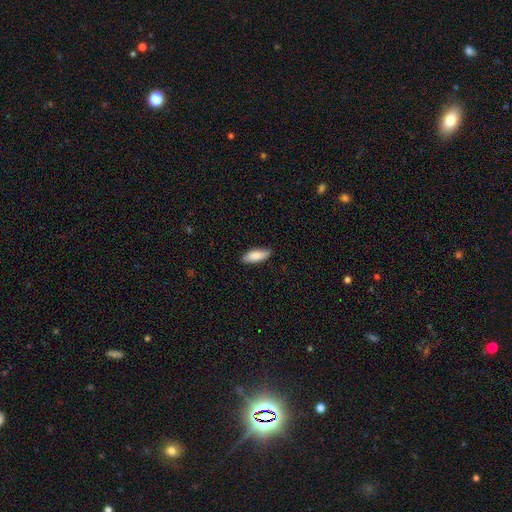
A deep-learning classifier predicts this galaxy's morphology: Smooth or featured: smooth — 87% (featured or disk — 8%)
How rounded: in between — 73% (cigar-shaped — 26%)
Merging: none — 88% (minor disturbance — 9%)